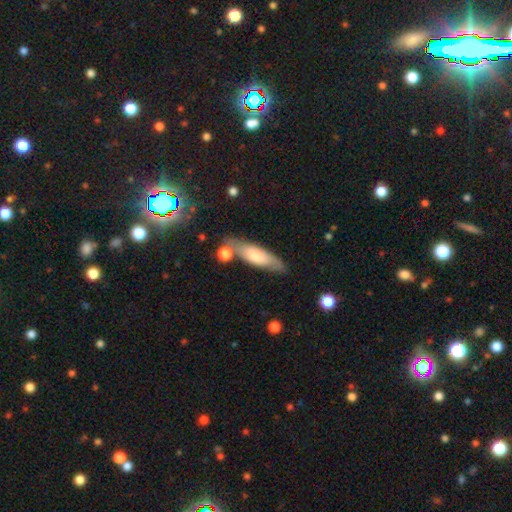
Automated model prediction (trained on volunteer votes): Smooth or featured? smooth (66%)
How rounded? cigar-shaped (58%)
Merging? none (65%)